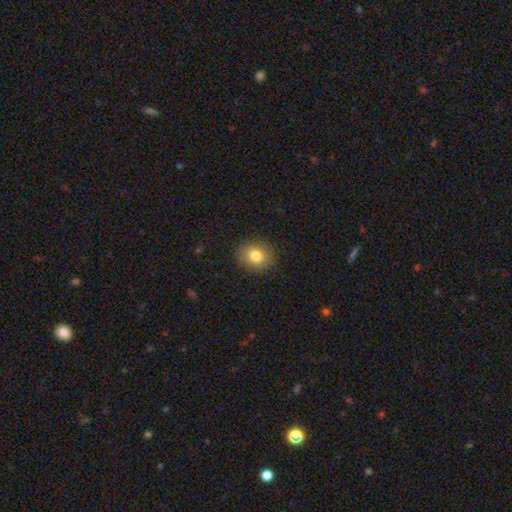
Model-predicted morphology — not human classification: smooth 81%, star or artifact 10%, featured or disk 9%. Down the decision tree: how rounded — round (63%); merging — none (88%).